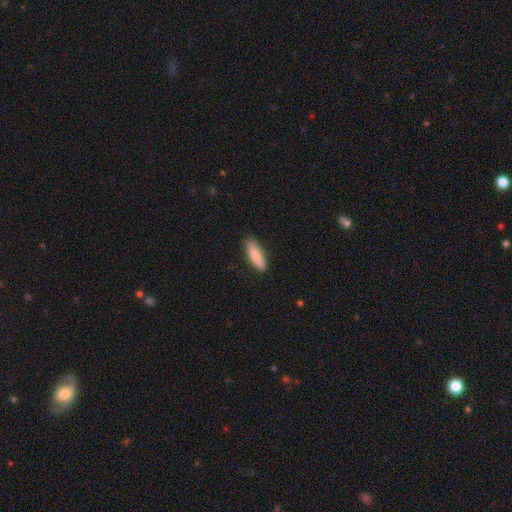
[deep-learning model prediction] Smooth or featured?
  - smooth: 84% *
  - featured or disk: 10%
  - star or artifact: 6%
How rounded?
  - cigar-shaped: 53% *
  - in between: 45%
  - round: 2%
Merging?
  - none: 82% *
  - minor disturbance: 14%
  - major disturbance: 2%
  - merger: 2%